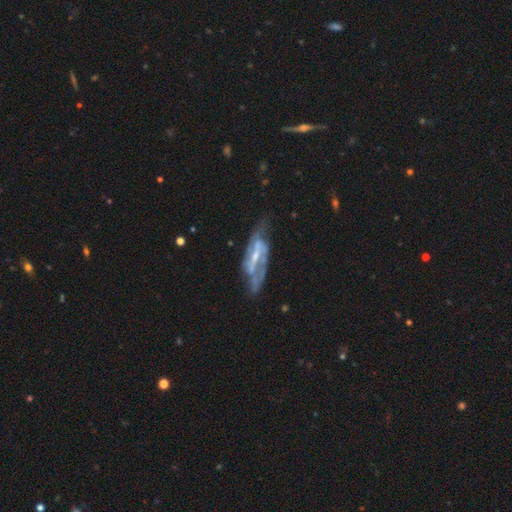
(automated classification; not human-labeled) smooth-or-featured: featured or disk: 82% | smooth: 12% | star or artifact: 6%
  disk-edge-on: no: 86% | yes: 14%
    bar: strong: 48% | weak: 36% | no: 16%
    has-spiral-arms: yes: 84% | no: 16%
      spiral-winding: medium: 46% | loose: 29% | tight: 25%
      spiral-arm-count: 2: 74% | can't tell: 15% | 1: 5% | 3: 4% | 4: 1% | more than 4: 1%
    bulge-size: small: 52% | moderate: 33% | none: 11% | large: 3% | dominant: 1%
  merging: none: 55% | minor disturbance: 23% | major disturbance: 18% | merger: 4%